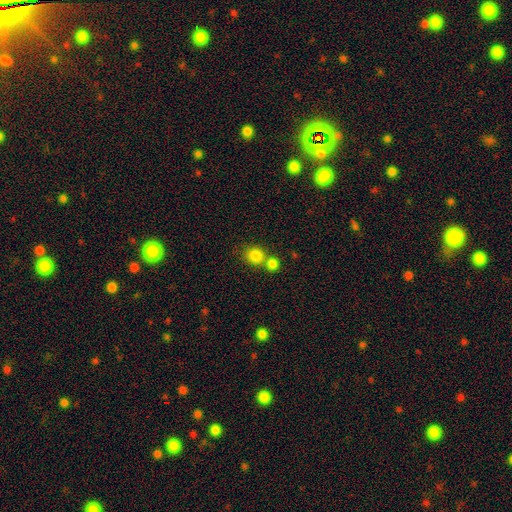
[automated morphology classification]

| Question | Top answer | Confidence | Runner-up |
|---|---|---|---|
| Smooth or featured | smooth | 83% | star or artifact (11%) |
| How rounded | round | 87% | in between (12%) |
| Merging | none | 54% | merger (35%) |